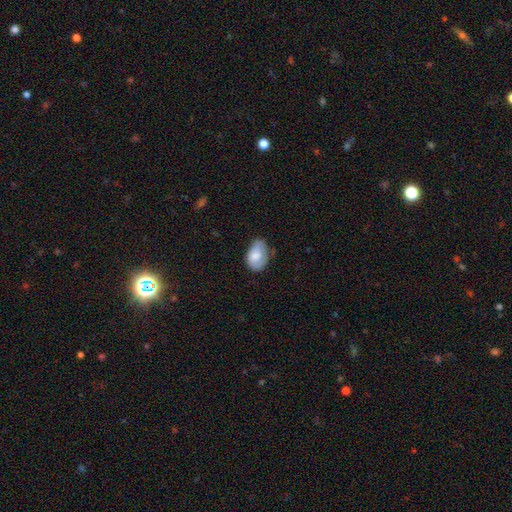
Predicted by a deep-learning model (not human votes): The model was most divided on "merging": none: 47%, minor disturbance: 40%, major disturbance: 11%, merger: 2%. More confident: how rounded — in between (88%); smooth or featured — smooth (75%).